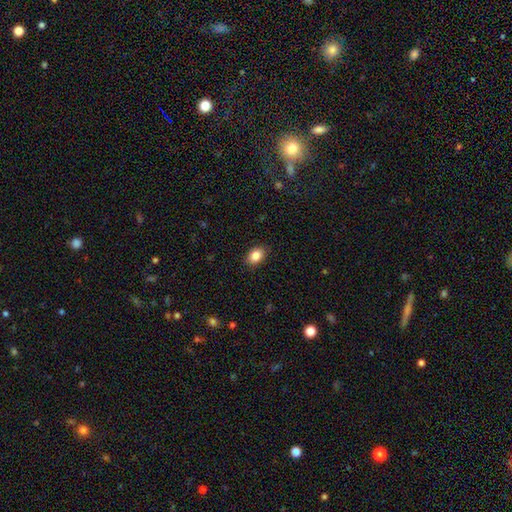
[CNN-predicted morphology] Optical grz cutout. It shows a smooth galaxy with no disk features (86%) that is in between round and cigar-shaped (79%). Merging: none (88%).